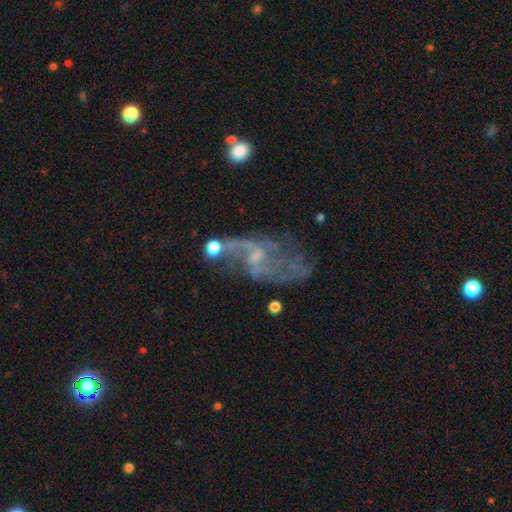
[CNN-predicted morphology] Smooth or featured? Predicted: featured or disk (p=0.77). Edge-on disk? Predicted: no (p=0.96). Bar? Predicted: weak (p=0.46). Spiral arms? Predicted: yes (p=0.76). Spiral winding? Predicted: loose (p=0.68). Spiral arm count? Predicted: 2 (p=0.57). Bulge size? Predicted: small (p=0.53). Merging? Predicted: none (p=0.37).